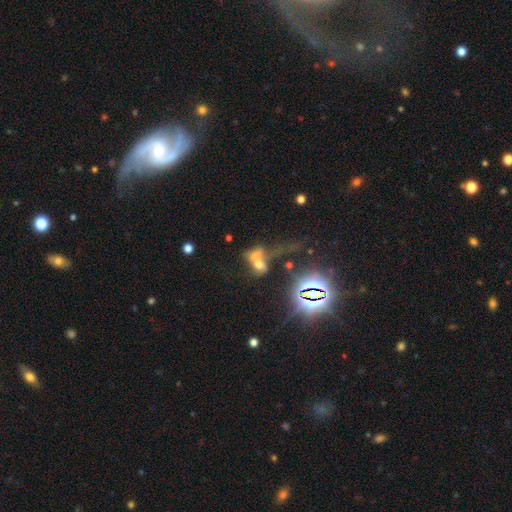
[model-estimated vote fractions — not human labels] This is possibly a smooth galaxy (49%). Merging: likely merger (71%).